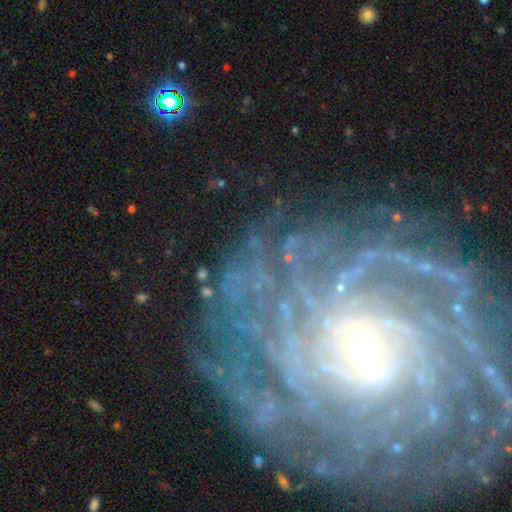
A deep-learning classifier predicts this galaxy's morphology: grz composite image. It shows a featured or disk galaxy (84%) with a weak bar (40%), tight (68%) spiral arms (91%) and a small central bulge (47%). Merging: none (67%).